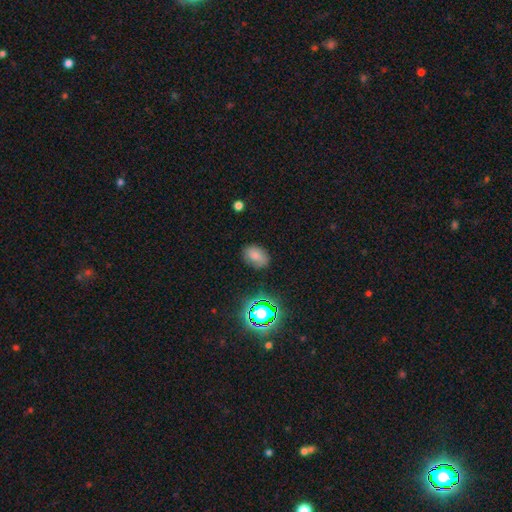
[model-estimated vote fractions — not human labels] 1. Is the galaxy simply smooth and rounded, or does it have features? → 72% smooth, 17% star or artifact, 12% featured or disk.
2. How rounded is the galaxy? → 81% in between, 18% round, 1% cigar-shaped.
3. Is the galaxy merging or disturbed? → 75% none, 19% minor disturbance, 5% major disturbance, 2% merger.